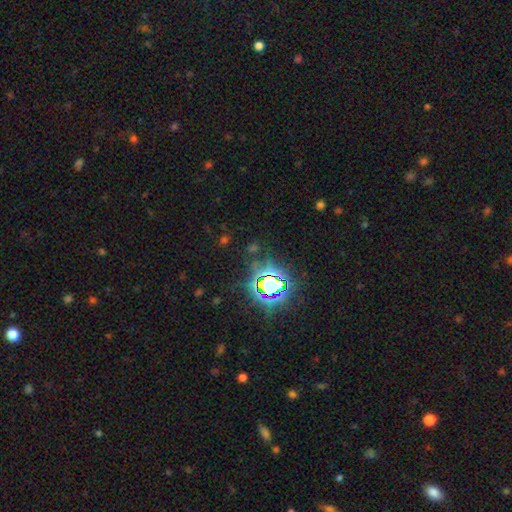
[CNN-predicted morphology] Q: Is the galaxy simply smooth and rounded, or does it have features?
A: star or artifact — 80%.